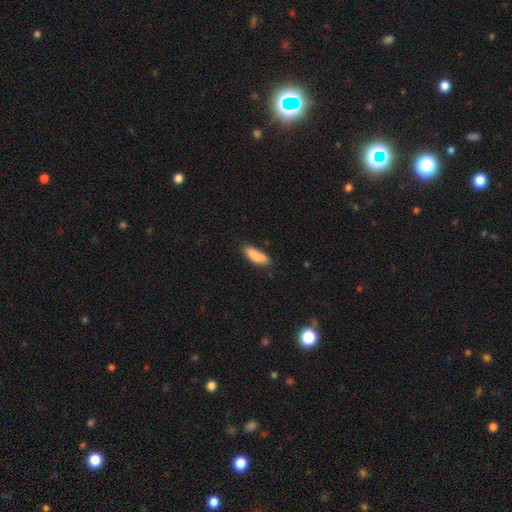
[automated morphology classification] Smooth or featured: smooth — 88% (star or artifact — 7%)
How rounded: in between — 68% (cigar-shaped — 30%)
Merging: none — 73% (minor disturbance — 22%)